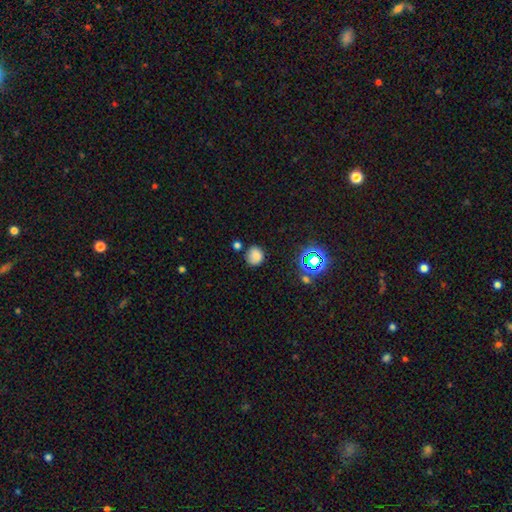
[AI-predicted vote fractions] The model was most divided on "how rounded": round: 79%, in between: 20%, cigar-shaped: 1%. More confident: smooth or featured — smooth (76%); merging — none (75%).